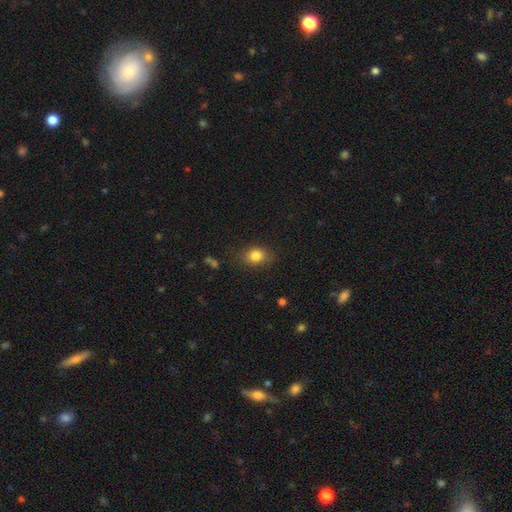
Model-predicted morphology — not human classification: Q: Smooth or featured?
A: smooth (82%); runner-up: star or artifact (10%)
Q: How rounded?
A: in between (60%); runner-up: round (38%)
Q: Merging?
A: none (79%); runner-up: minor disturbance (16%)